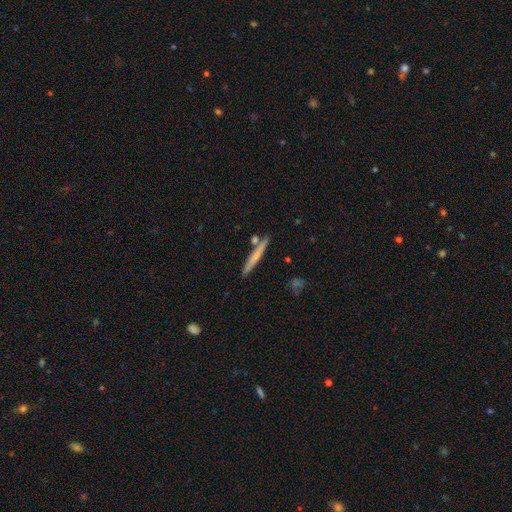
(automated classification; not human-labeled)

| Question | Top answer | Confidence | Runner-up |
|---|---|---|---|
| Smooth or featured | smooth | 53% | featured or disk (41%) |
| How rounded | cigar-shaped | 95% | in between (3%) |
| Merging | none | 83% | minor disturbance (9%) |